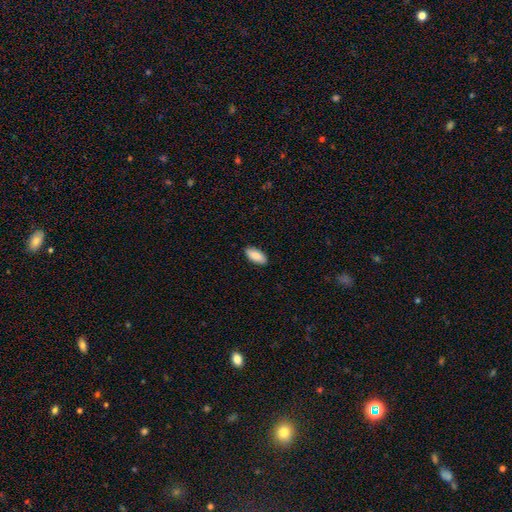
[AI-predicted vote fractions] Smooth or featured?
  - smooth: 87% *
  - featured or disk: 7%
  - star or artifact: 6%
How rounded?
  - in between: 89% *
  - cigar-shaped: 9%
  - round: 2%
Merging?
  - none: 89% *
  - minor disturbance: 8%
  - major disturbance: 2%
  - merger: 1%